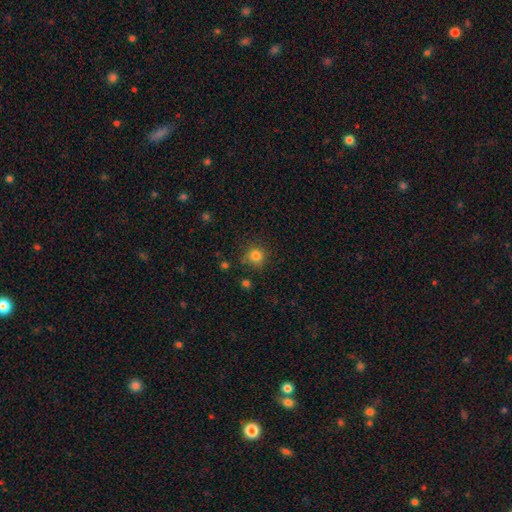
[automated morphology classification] smooth-or-featured: smooth: 82% | star or artifact: 13% | featured or disk: 5%
  how-rounded: round: 91% | in between: 8% | cigar-shaped: 1%
  merging: none: 78% | minor disturbance: 15% | major disturbance: 4% | merger: 3%